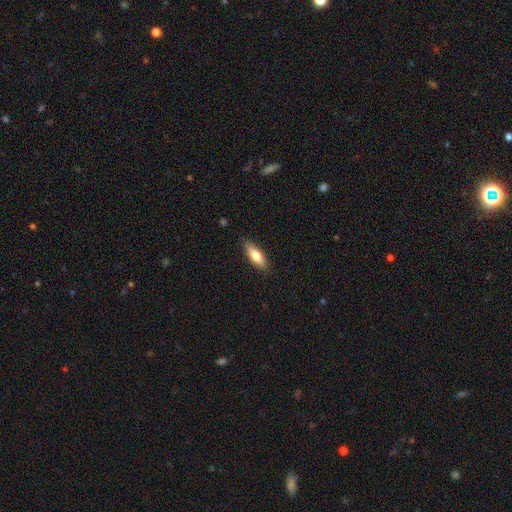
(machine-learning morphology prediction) A smooth galaxy with no disk features (74%) that is in between round and cigar-shaped (60%).

Vote fractions:
- Smooth or featured? smooth: 74% / featured or disk: 20% / star or artifact: 6%
- How rounded? in between: 60% / cigar-shaped: 38% / round: 2%
- Merging? none: 86% / minor disturbance: 11% / major disturbance: 2% / merger: 1%